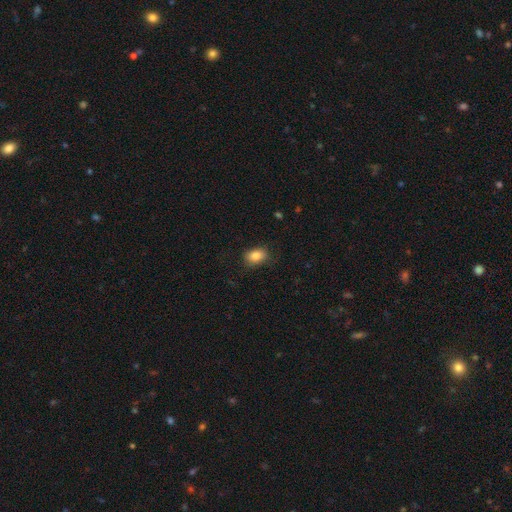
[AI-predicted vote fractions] smooth 84%, star or artifact 9%, featured or disk 7%. Down the decision tree: how rounded — in between (74%); merging — none (81%).